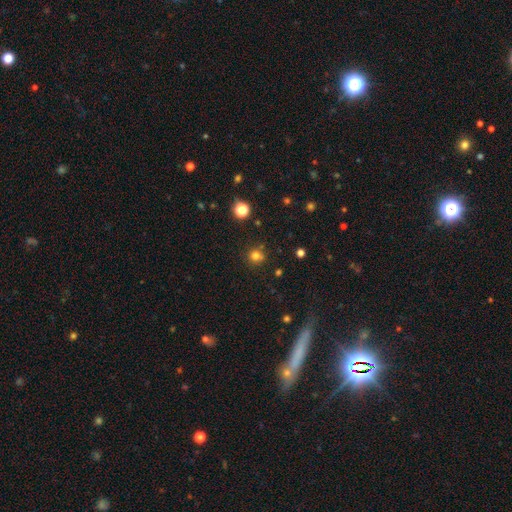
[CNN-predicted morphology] Overall: smooth (75%). How rounded: round (91%). Merging: none (74%).